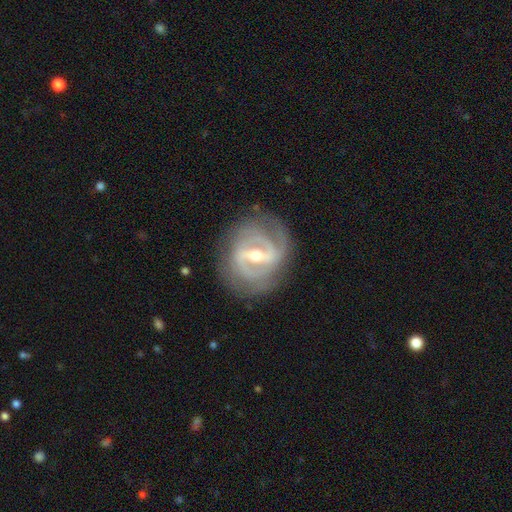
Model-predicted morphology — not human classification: A featured or disk galaxy (89%) with a strong bar (62%), 2 (57%) tight (50%) spiral arms (94%) and a moderate central bulge (61%). Merging: none (77%).